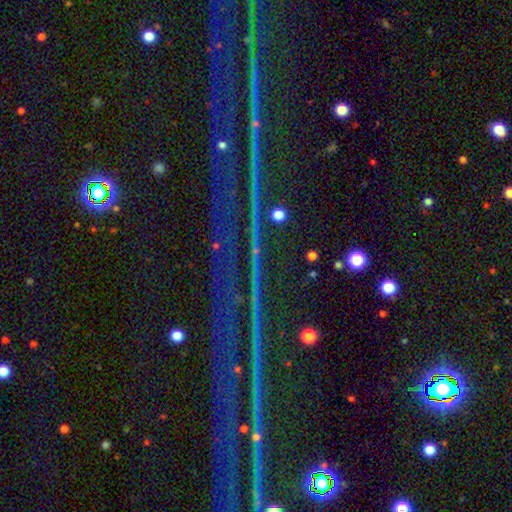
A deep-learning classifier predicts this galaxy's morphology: A star or artifact, not a galaxy (85%).

Vote fractions:
- Smooth or featured? star or artifact: 85% / featured or disk: 9% / smooth: 6%